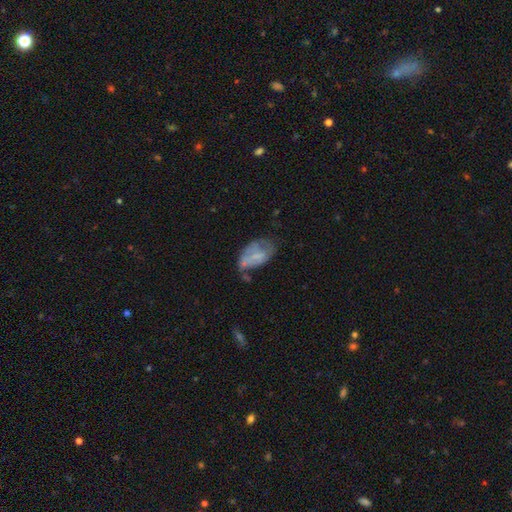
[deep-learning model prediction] smooth-or-featured: smooth: 50% | featured or disk: 41% | star or artifact: 9%
  how-rounded: in between: 92% | round: 6% | cigar-shaped: 2%
  merging: minor disturbance: 33% | major disturbance: 29% | none: 29% | merger: 9%